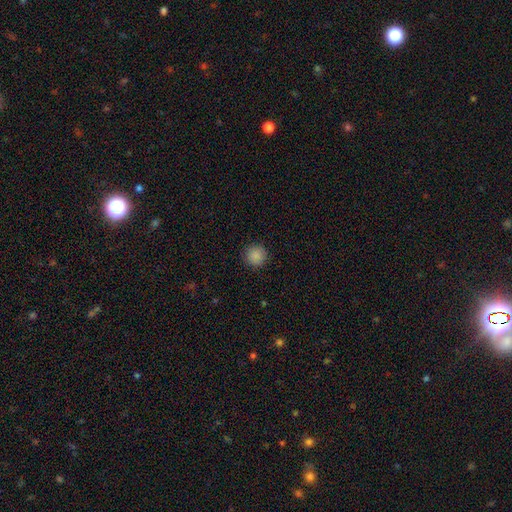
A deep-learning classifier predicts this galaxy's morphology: Smooth or featured? Predicted: smooth (p=0.88). How rounded? Predicted: round (p=0.95). Merging? Predicted: none (p=0.91).